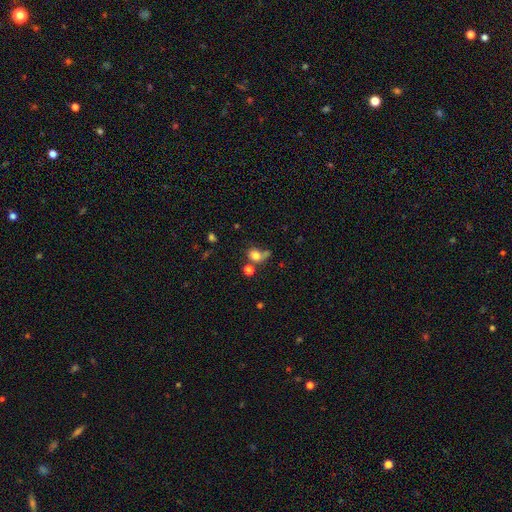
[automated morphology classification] Overall: smooth (76%). How rounded: round (56%; in between 43%). Merging: none (41%; merger 22%).